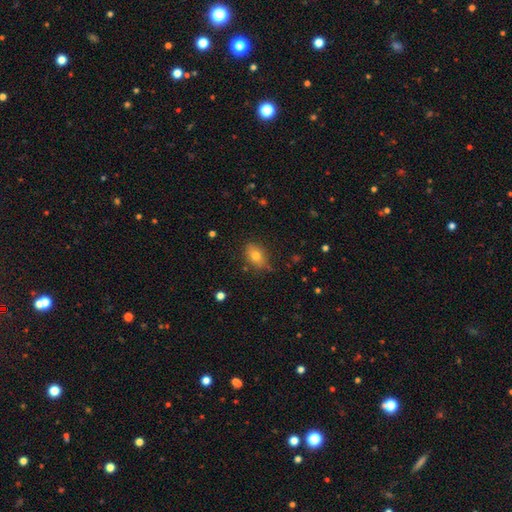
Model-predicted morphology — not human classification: Smooth or featured? smooth (75%)
How rounded? in between (77%)
Merging? none (76%)